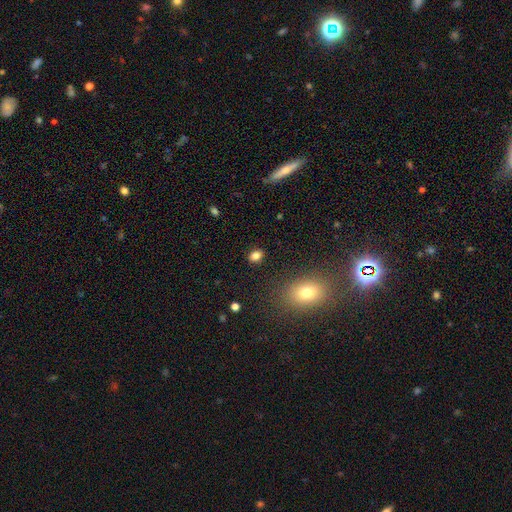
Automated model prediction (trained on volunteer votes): The model was most divided on "how rounded": in between: 62%, round: 36%, cigar-shaped: 1%. More confident: merging — none (87%); smooth or featured — smooth (82%).